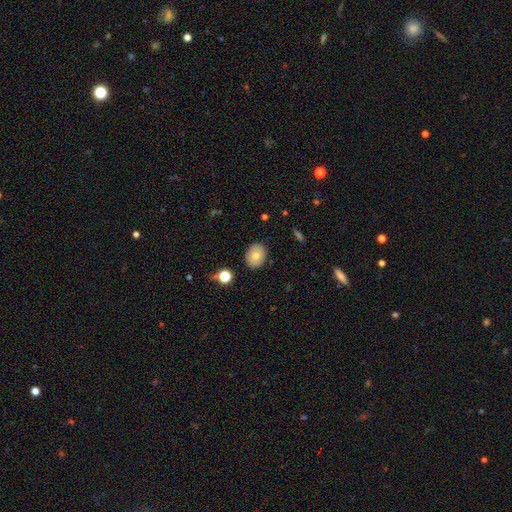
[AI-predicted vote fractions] A smooth galaxy with no disk features (75%) that is in between round and cigar-shaped (58%).

Vote fractions:
- Smooth or featured? smooth: 75% / featured or disk: 16% / star or artifact: 9%
- How rounded? in between: 58% / round: 41% / cigar-shaped: 1%
- Merging? none: 87% / minor disturbance: 9% / major disturbance: 2% / merger: 2%